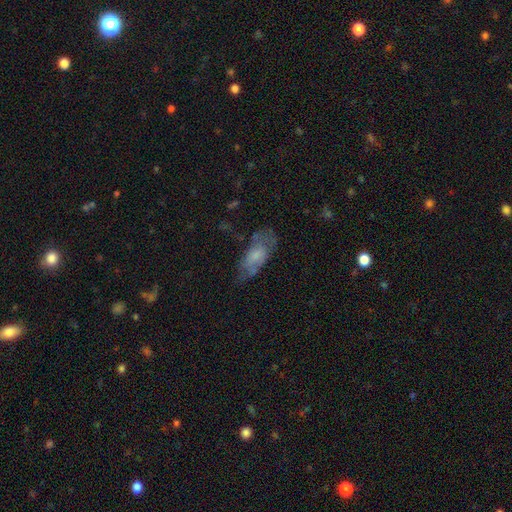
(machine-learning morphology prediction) Smooth or featured? Predicted: smooth (p=0.55). How rounded? Predicted: in between (p=0.79). Merging? Predicted: none (p=0.49).